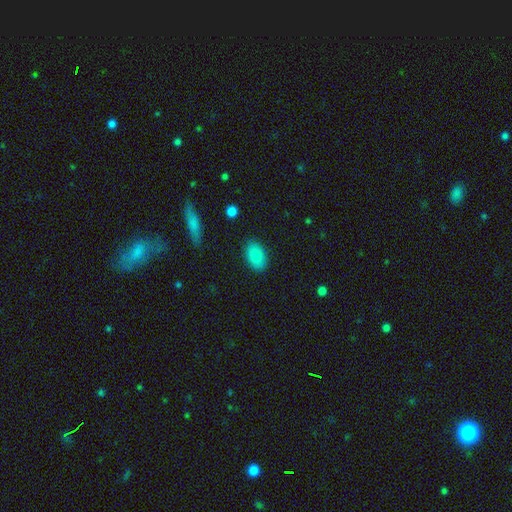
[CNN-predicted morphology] The model was most divided on "smooth or featured": smooth: 85%, star or artifact: 8%, featured or disk: 8%. More confident: how rounded — in between (90%); merging — none (87%).